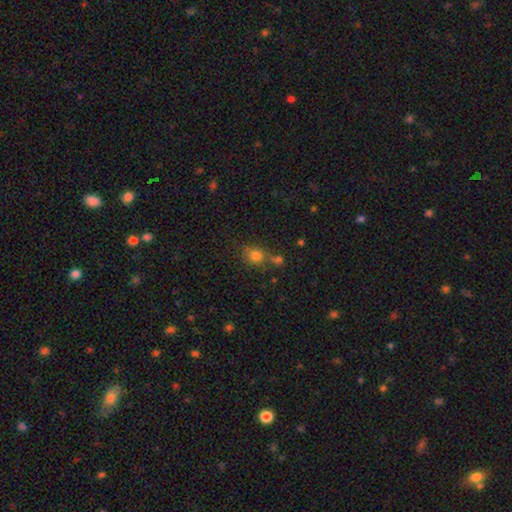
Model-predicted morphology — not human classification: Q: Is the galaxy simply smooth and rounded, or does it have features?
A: smooth — 78%.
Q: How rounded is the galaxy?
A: round — 72%.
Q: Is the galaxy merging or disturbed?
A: none — 58%.